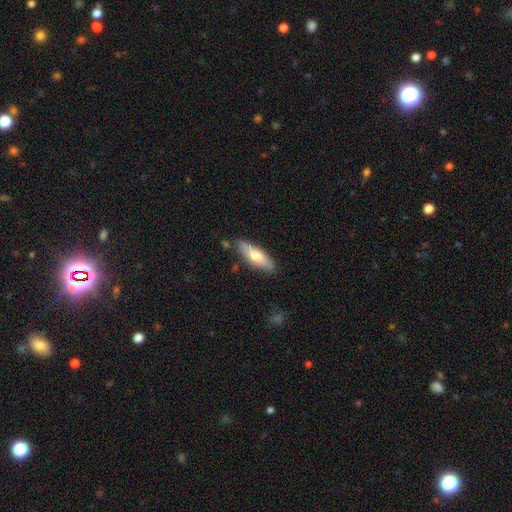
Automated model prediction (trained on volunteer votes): Q: Smooth or featured?
A: smooth (66%); runner-up: featured or disk (28%)
Q: How rounded?
A: in between (51%); runner-up: cigar-shaped (47%)
Q: Merging?
A: none (80%); runner-up: minor disturbance (14%)